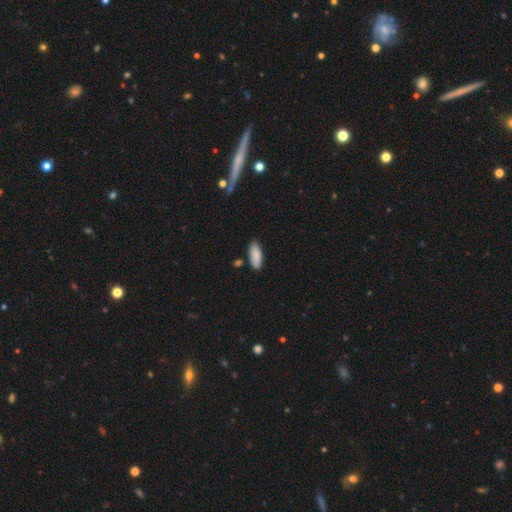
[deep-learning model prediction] Overall: smooth (87%). How rounded: in between (82%). Merging: none (82%).